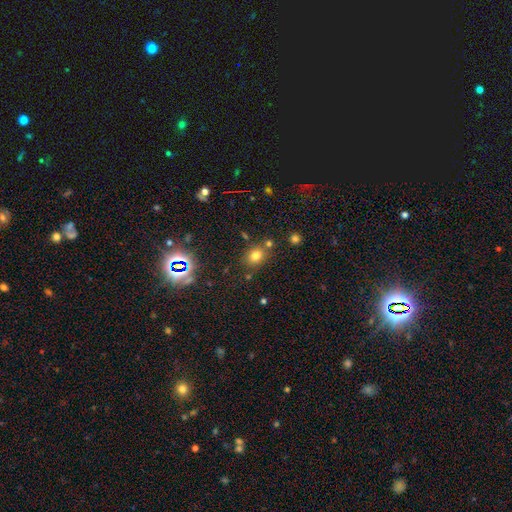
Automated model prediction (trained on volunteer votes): Q: Smooth or featured?
A: smooth (72%); runner-up: star or artifact (19%)
Q: How rounded?
A: round (56%); runner-up: in between (43%)
Q: Merging?
A: none (73%); runner-up: minor disturbance (12%)